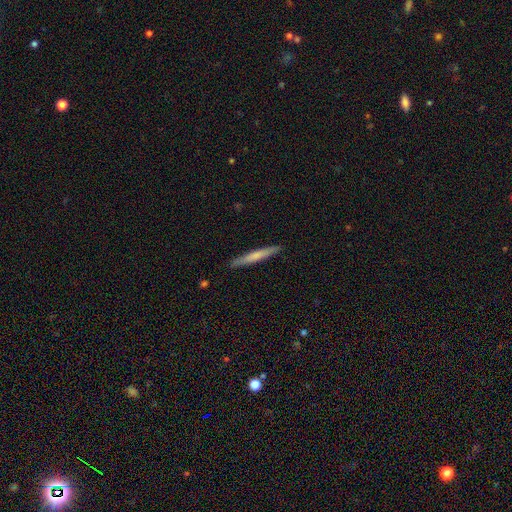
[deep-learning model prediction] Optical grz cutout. It shows a smooth galaxy with no disk features (60%) that is cigar-shaped (96%). Merging: none (91%).